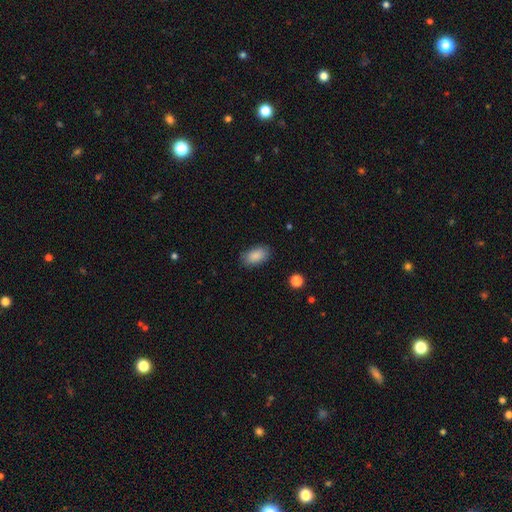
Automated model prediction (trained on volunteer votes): Q: Smooth or featured?
A: smooth (87%); runner-up: star or artifact (7%)
Q: How rounded?
A: in between (93%); runner-up: round (5%)
Q: Merging?
A: none (84%); runner-up: minor disturbance (12%)